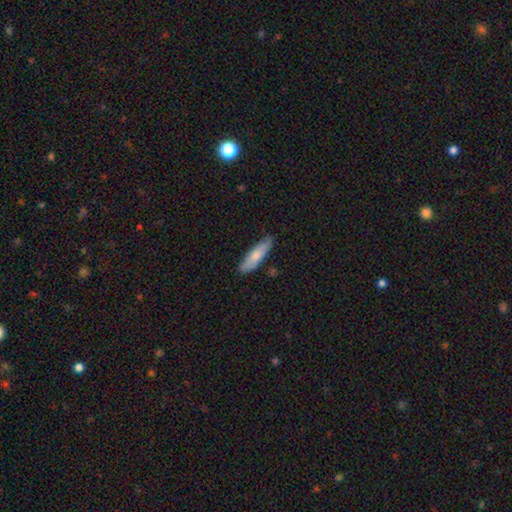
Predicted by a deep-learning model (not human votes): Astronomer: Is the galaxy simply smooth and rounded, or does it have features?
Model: smooth — 75%.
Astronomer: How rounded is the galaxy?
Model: cigar-shaped — 68%.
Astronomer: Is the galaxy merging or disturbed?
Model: none — 82%.